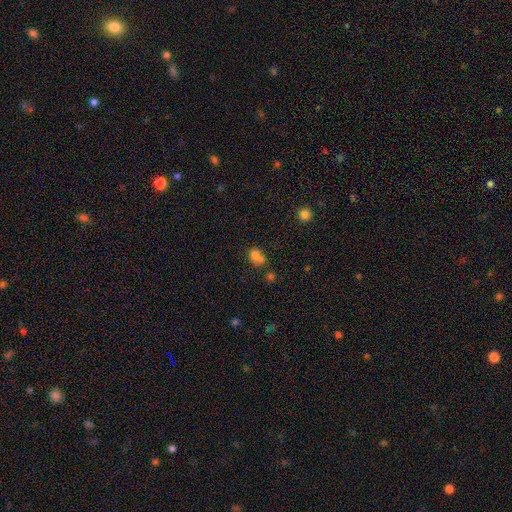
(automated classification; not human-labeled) Smooth or featured? Predicted: smooth (p=0.74). How rounded? Predicted: round (p=0.58). Merging? Predicted: merger (p=0.48).